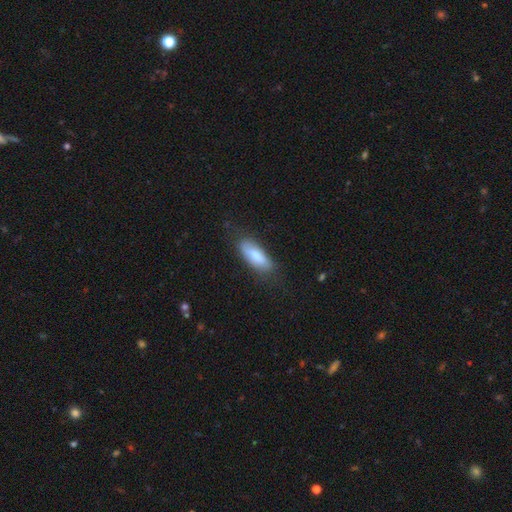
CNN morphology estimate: Smooth or featured?
  - smooth: 79% *
  - featured or disk: 16%
  - star or artifact: 6%
How rounded?
  - in between: 70% *
  - cigar-shaped: 28%
  - round: 2%
Merging?
  - none: 74% *
  - minor disturbance: 19%
  - major disturbance: 5%
  - merger: 1%